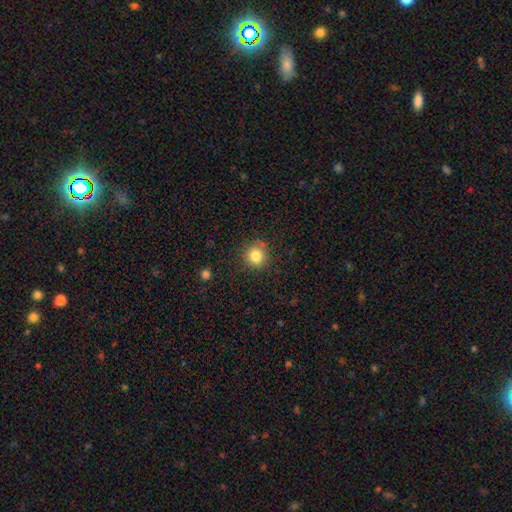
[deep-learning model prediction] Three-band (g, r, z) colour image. It shows a smooth galaxy with no disk features (83%) that is round (91%). Merging: none (82%).